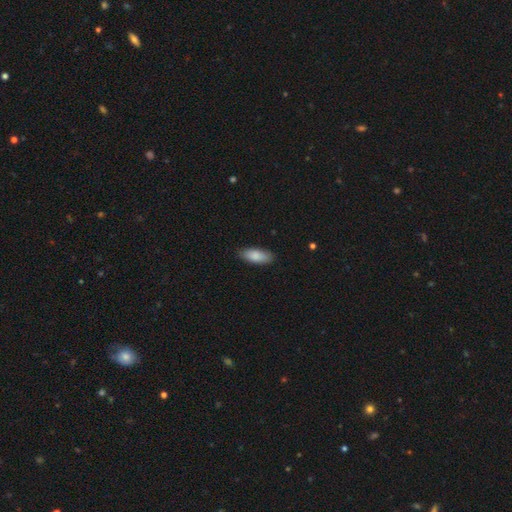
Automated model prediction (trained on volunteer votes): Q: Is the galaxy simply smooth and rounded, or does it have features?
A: smooth — 87%.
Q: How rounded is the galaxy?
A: in between — 78%.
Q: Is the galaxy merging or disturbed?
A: none — 85%.